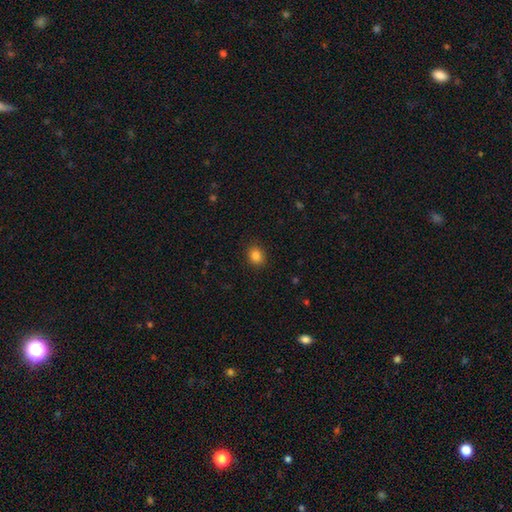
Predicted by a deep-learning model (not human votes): Smooth or featured? smooth (85%)
How rounded? round (65%)
Merging? none (89%)